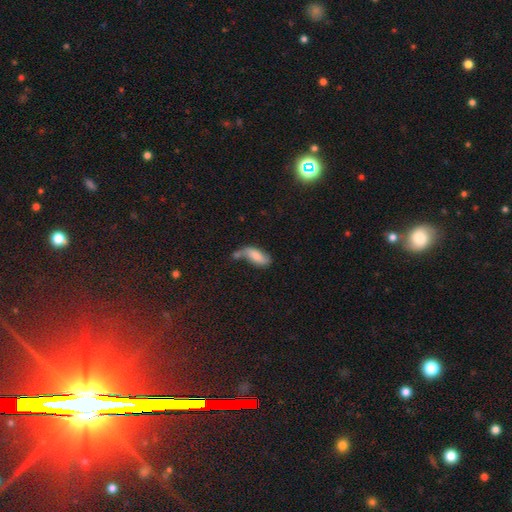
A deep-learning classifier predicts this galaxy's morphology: type=smooth (67%); roundness=in between (83%); merging=none (35%).